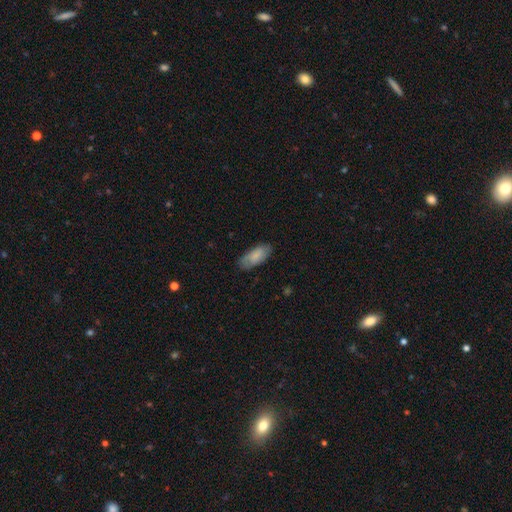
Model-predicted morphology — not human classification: A smooth galaxy with no disk features (77%) that is in between round and cigar-shaped (85%). Merging: none (80%).